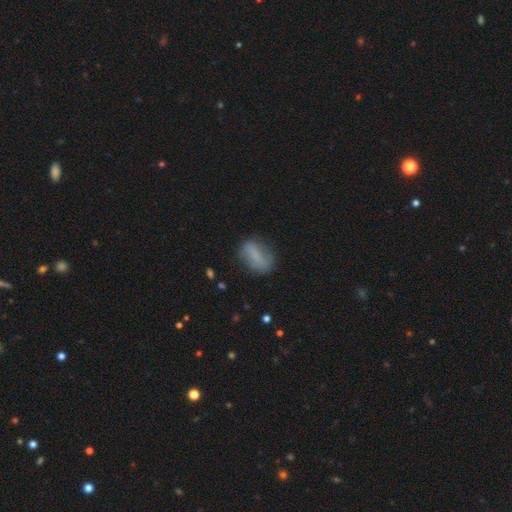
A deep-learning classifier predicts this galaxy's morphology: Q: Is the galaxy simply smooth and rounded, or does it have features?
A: smooth — 70%.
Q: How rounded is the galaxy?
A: in between — 82%.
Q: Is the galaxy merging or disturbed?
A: none — 68%.